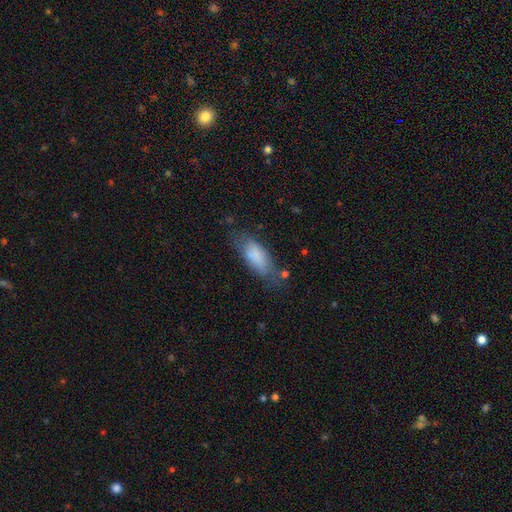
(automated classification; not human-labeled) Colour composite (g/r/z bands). It shows a smooth galaxy with no disk features (80%) that is in between round and cigar-shaped (76%). Merging: none (57%).